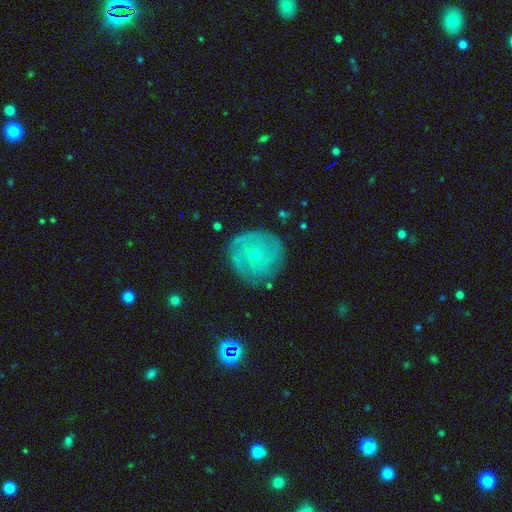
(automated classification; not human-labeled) Overall: featured or disk (74%). Edge-on disk: no (98%). Bar: no (78%). Spiral arms: yes (92%). Spiral arm count: can't tell (33%; 3 24%). Spiral winding: tight (68%). Bulge size: small (85%). Merging: none (78%).